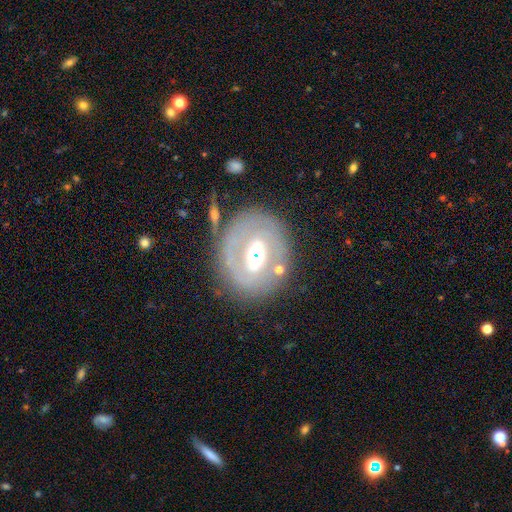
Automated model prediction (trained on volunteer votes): This is likely a featured or disk galaxy (68%). It is clearly not viewed edge-on (93%). Bar: marginally weak (38%). Spiral arm pattern: possibly no (57%). Central bulge: possibly moderate (60%). Merging: likely none (69%).